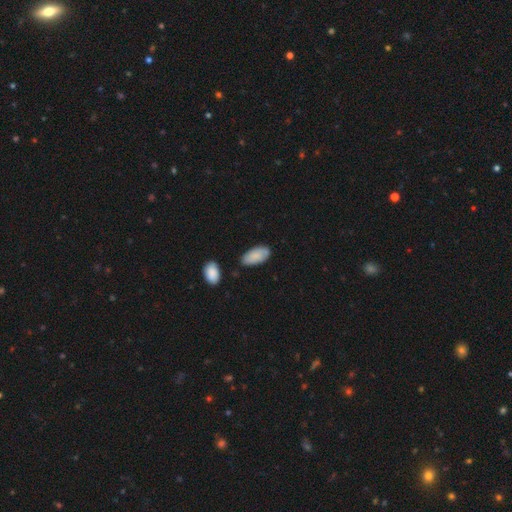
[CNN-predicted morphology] This is clearly a smooth galaxy (82%). How rounded: clearly in between (93%). Merging: likely none (73%).